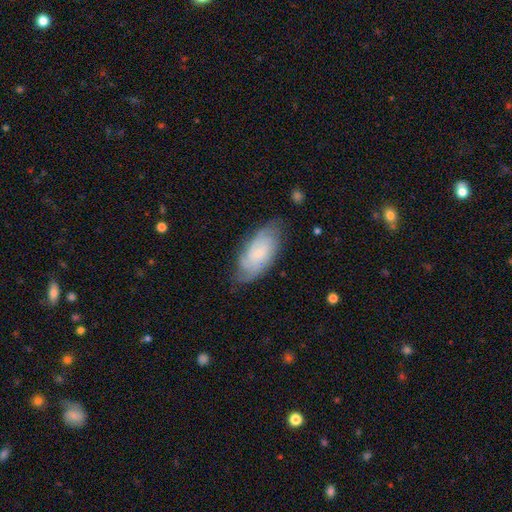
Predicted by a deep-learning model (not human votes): Smooth or featured? featured or disk (56%)
Edge-on disk? no (90%)
Bar? no (70%)
Spiral arms? yes (89%)
Bulge size? small (54%)
Merging? none (75%)